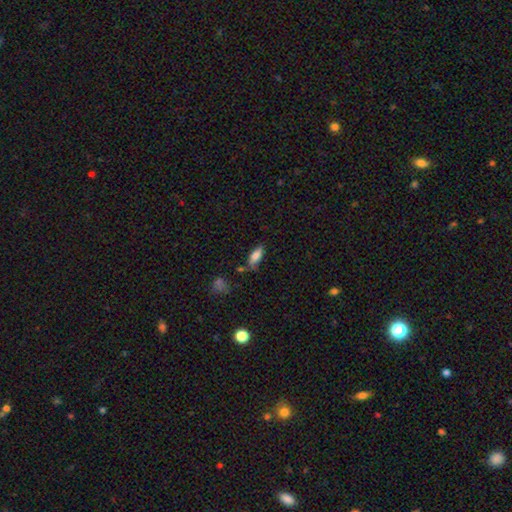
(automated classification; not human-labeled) This is likely a smooth galaxy (80%). How rounded: likely in between (76%). Merging: likely none (68%).